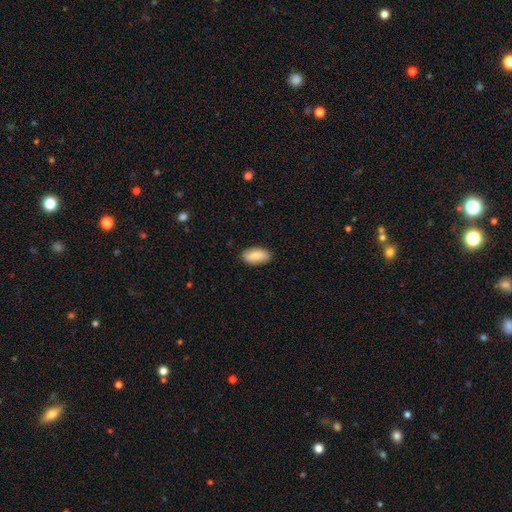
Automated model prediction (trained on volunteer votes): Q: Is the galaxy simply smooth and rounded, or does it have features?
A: smooth — 81%.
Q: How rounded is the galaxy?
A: in between — 90%.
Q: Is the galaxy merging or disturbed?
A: none — 88%.